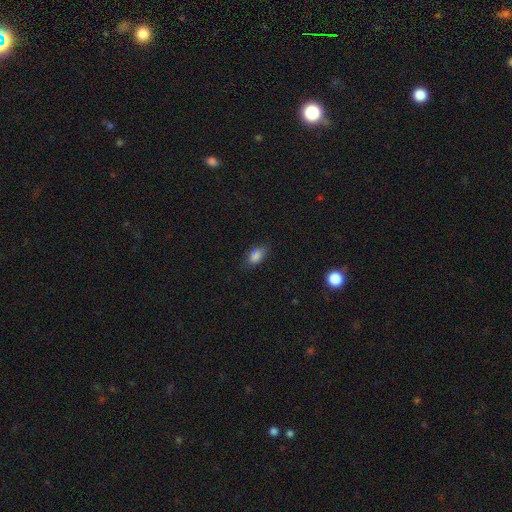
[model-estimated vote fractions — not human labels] Morphology: type=smooth (83%); roundness=in between (87%); merging=none (74%).